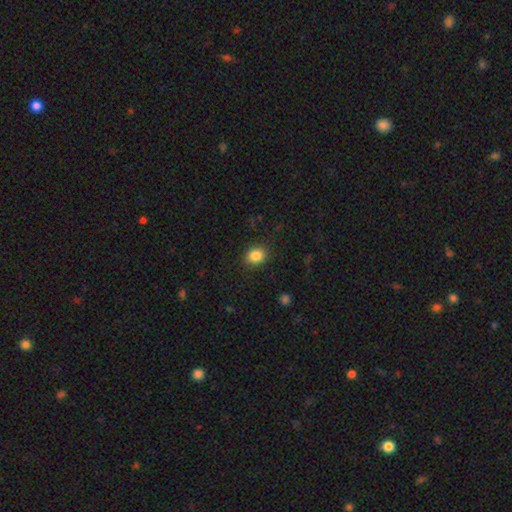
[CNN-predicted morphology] This is clearly a smooth galaxy (85%). How rounded: possibly round (58%). Merging: clearly none (87%).